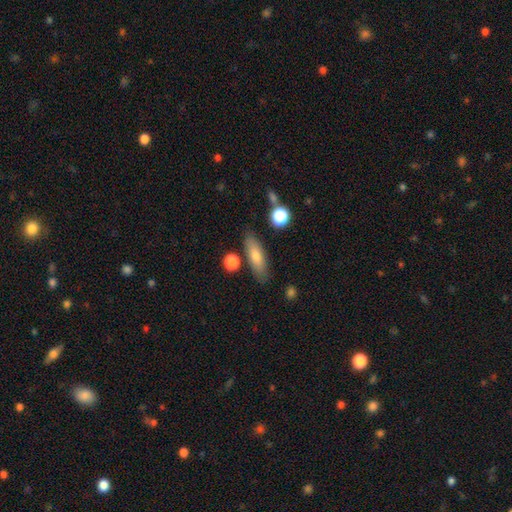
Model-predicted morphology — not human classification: The model was most divided on "how rounded": cigar-shaped: 49%, in between: 48%, round: 3%. More confident: merging — none (82%); smooth or featured — smooth (72%).